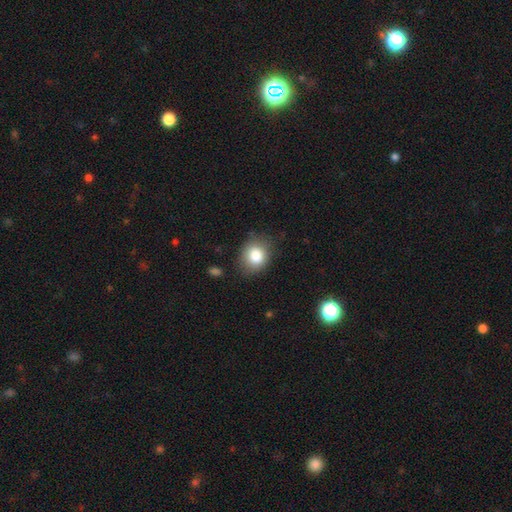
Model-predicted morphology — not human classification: Smooth or featured?
  - smooth: 84% *
  - star or artifact: 9%
  - featured or disk: 7%
How rounded?
  - round: 59% *
  - in between: 40%
  - cigar-shaped: 1%
Merging?
  - none: 76% *
  - minor disturbance: 17%
  - major disturbance: 5%
  - merger: 2%